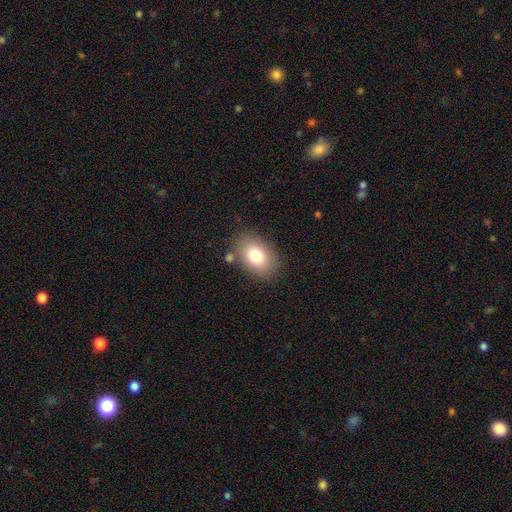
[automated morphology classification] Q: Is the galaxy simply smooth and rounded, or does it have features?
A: smooth — 78%.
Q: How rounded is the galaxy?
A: in between — 79%.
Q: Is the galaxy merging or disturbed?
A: none — 79%.